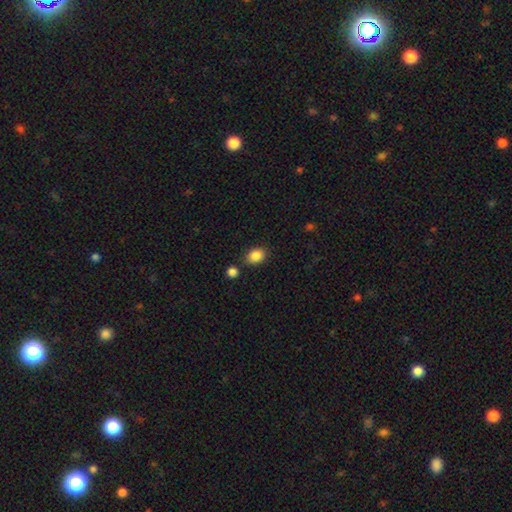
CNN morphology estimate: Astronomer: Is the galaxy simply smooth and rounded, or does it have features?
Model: smooth — 87%.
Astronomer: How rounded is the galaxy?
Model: in between — 67%.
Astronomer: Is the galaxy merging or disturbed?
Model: none — 81%.